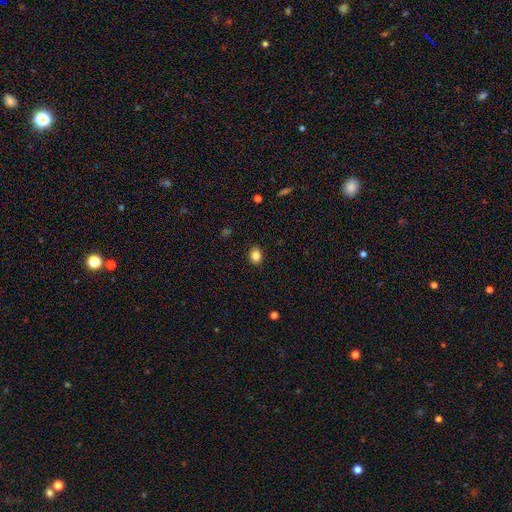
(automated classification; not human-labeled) Q: Smooth or featured?
A: smooth (84%); runner-up: star or artifact (11%)
Q: How rounded?
A: round (57%); runner-up: in between (42%)
Q: Merging?
A: none (90%); runner-up: minor disturbance (7%)